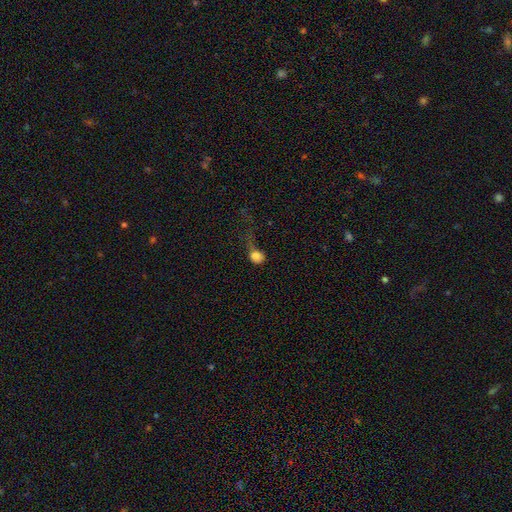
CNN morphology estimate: smooth_or_featured: smooth (p=0.78) [alt: featured or disk p=0.12]
how_rounded: round (p=0.67) [alt: in between p=0.31]
merging: major disturbance (p=0.50) [alt: none p=0.23]